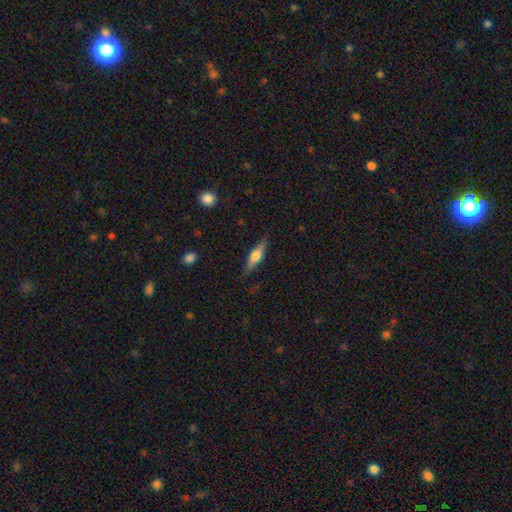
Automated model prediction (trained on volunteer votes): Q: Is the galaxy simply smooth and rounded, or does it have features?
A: featured or disk — 48%.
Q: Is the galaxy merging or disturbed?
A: none — 85%.